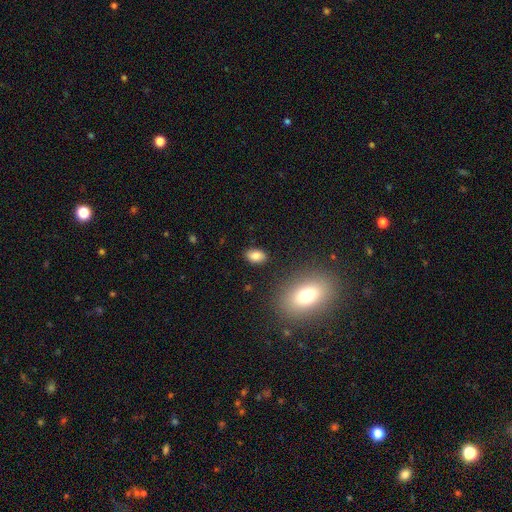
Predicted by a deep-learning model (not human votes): Smooth or featured? smooth (83%)
How rounded? in between (87%)
Merging? none (86%)